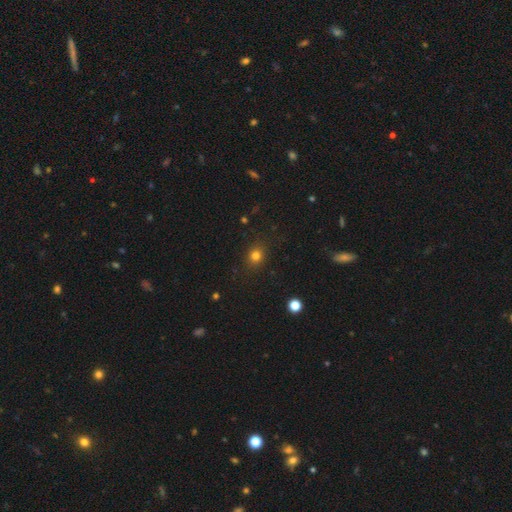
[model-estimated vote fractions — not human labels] Smooth or featured?
  - smooth: 79% *
  - star or artifact: 15%
  - featured or disk: 6%
How rounded?
  - round: 75% *
  - in between: 24%
  - cigar-shaped: 1%
Merging?
  - none: 88% *
  - minor disturbance: 8%
  - major disturbance: 3%
  - merger: 1%